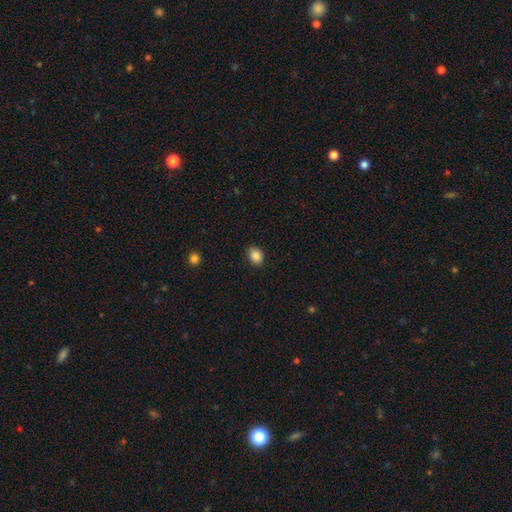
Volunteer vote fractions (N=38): Smooth or featured: smooth — 92% (star or artifact — 5%)
How rounded: in between — 74% (round — 26%)
Merging: none — 89% (minor disturbance — 11%)